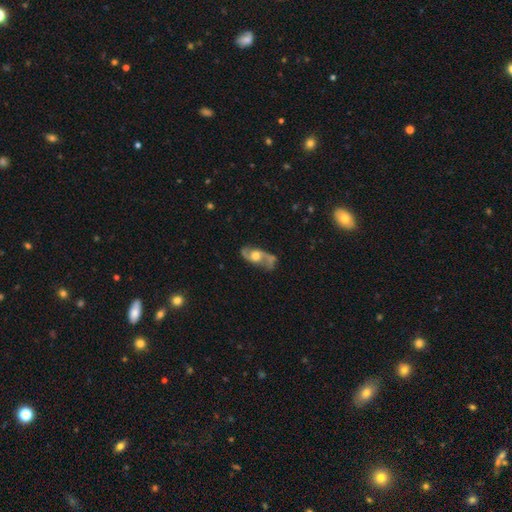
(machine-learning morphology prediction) Smooth or featured?
  - featured or disk: 86% *
  - smooth: 9%
  - star or artifact: 5%
Edge-on disk?
  - no: 93% *
  - yes: 7%
Bar?
  - no: 63% *
  - weak: 30%
  - strong: 7%
Spiral arms?
  - yes: 94% *
  - no: 6%
Spiral winding?
  - loose: 59% *
  - medium: 34%
  - tight: 8%
Spiral arm count?
  - 2: 92% *
  - can't tell: 3%
  - 1: 2%
  - 3: 1%
  - 4: 1%
  - more than 4: 1%
Bulge size?
  - moderate: 64% *
  - large: 21%
  - small: 11%
  - none: 2%
  - dominant: 1%
Merging?
  - none: 73% *
  - minor disturbance: 16%
  - major disturbance: 8%
  - merger: 3%